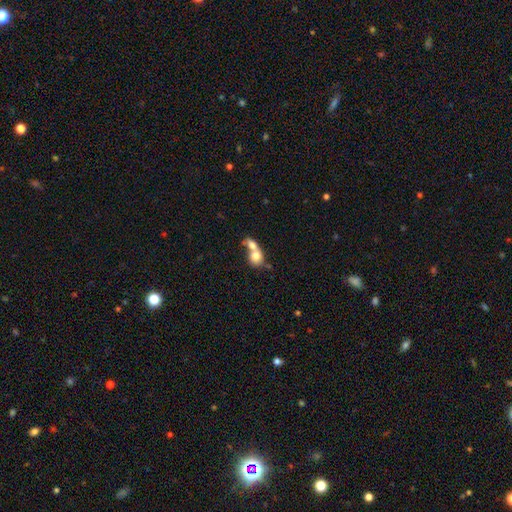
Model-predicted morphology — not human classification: Smooth or featured? smooth (72%)
How rounded? round (54%)
Merging? merger (73%)